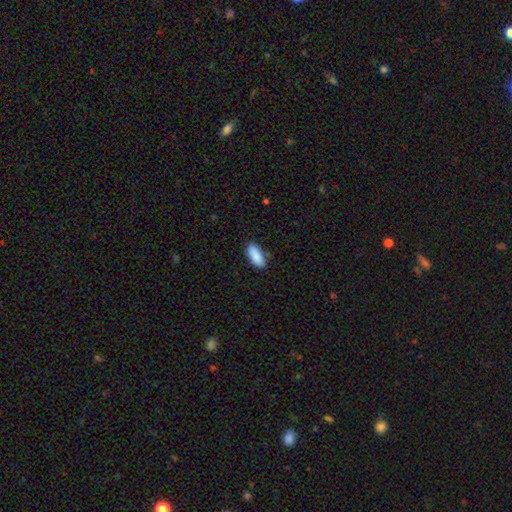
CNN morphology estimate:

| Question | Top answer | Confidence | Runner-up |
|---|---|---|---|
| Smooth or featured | smooth | 90% | star or artifact (6%) |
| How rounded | in between | 87% | cigar-shaped (11%) |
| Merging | none | 86% | minor disturbance (11%) |